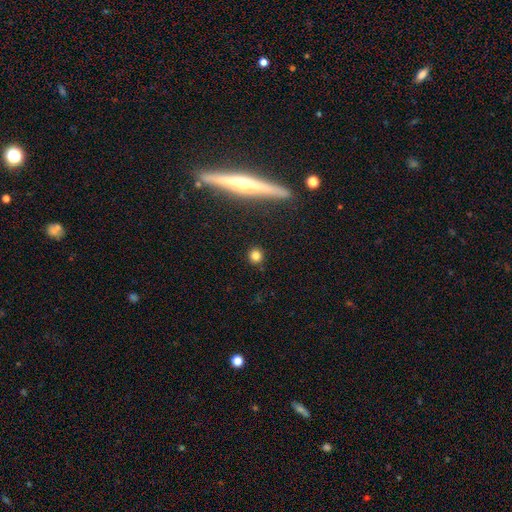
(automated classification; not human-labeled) Smooth or featured?
  - smooth: 80% *
  - star or artifact: 12%
  - featured or disk: 8%
How rounded?
  - round: 89% *
  - in between: 8%
  - cigar-shaped: 2%
Merging?
  - none: 89% *
  - minor disturbance: 6%
  - merger: 2%
  - major disturbance: 2%